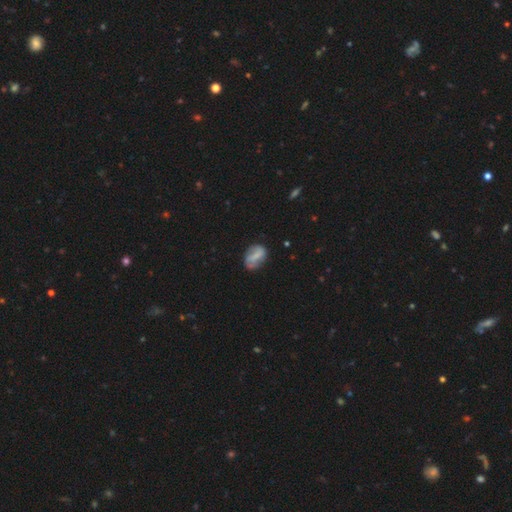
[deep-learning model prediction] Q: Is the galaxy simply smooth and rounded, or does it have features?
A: smooth — 52%.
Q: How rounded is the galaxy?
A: in between — 84%.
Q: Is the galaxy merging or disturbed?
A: none — 65%.